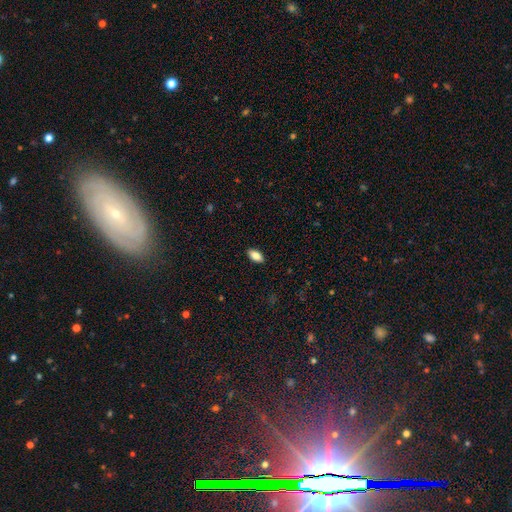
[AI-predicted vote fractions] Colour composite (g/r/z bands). It shows a smooth galaxy with no disk features (84%) that is in between round and cigar-shaped (91%). Merging: none (89%).